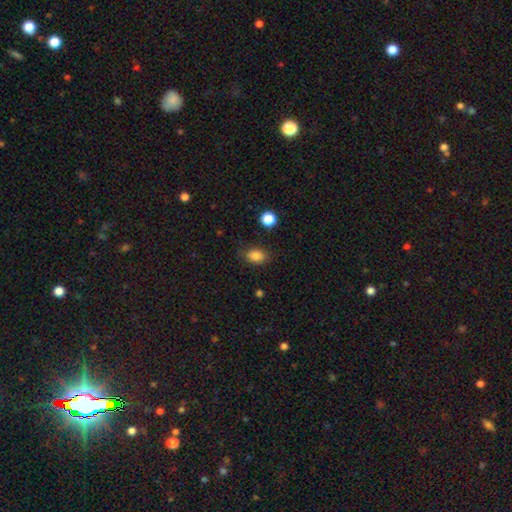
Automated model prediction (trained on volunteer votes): This appears to be a smooth galaxy with no disk features (85%) that is in between round and cigar-shaped (77%). Merging: none (81%).